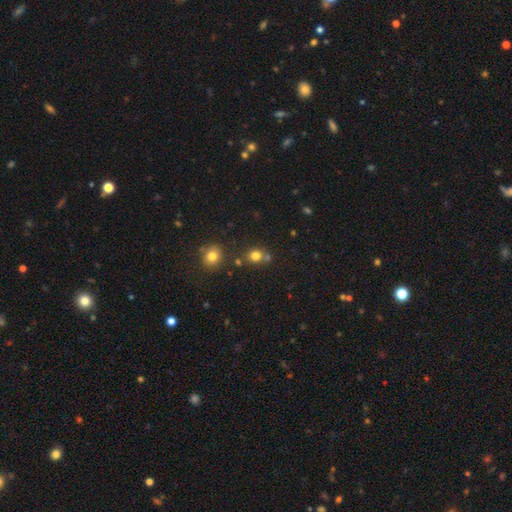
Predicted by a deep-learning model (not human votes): The model was most divided on "merging": none: 67%, merger: 20%, minor disturbance: 10%, major disturbance: 3%. More confident: how rounded — round (78%); smooth or featured — smooth (76%).